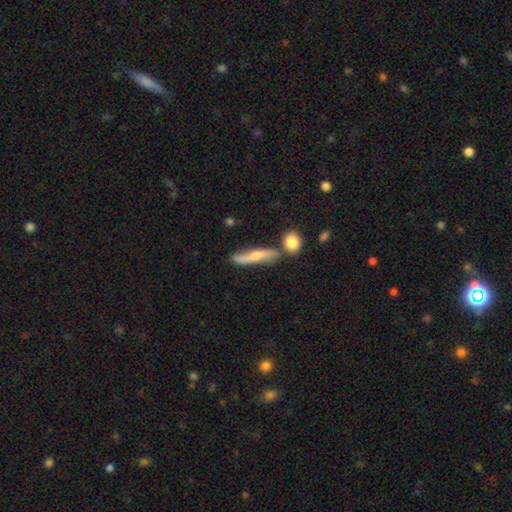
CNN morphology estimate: This appears to be a featured or disk galaxy (47%). Merging: none (66%).